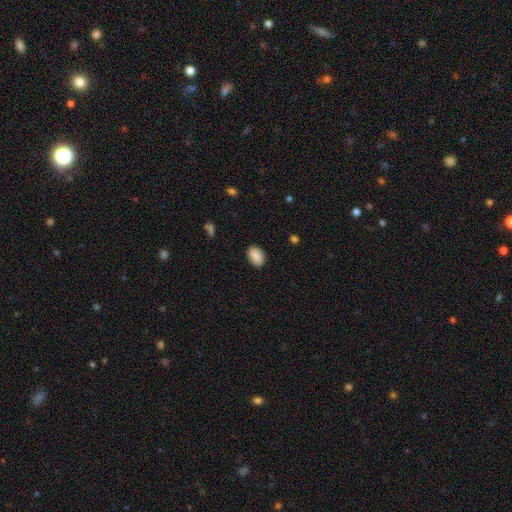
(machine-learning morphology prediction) smooth-or-featured: smooth: 88% | star or artifact: 7% | featured or disk: 5%
  how-rounded: in between: 85% | round: 14% | cigar-shaped: 1%
  merging: none: 85% | minor disturbance: 12% | major disturbance: 3% | merger: 1%